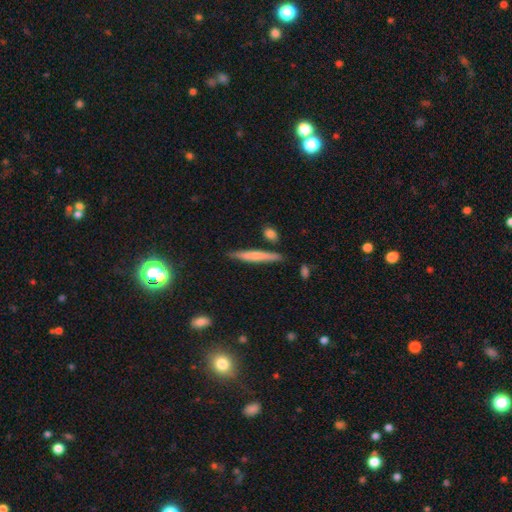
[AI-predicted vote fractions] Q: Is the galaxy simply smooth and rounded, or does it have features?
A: smooth — 60%.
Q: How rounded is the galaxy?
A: cigar-shaped — 95%.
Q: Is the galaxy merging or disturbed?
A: none — 84%.